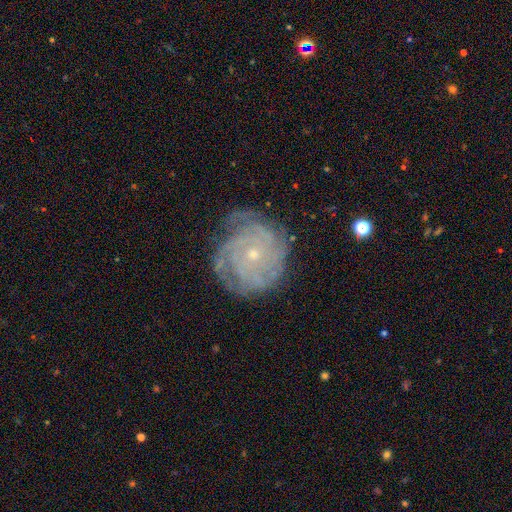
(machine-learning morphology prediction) smooth-or-featured: featured or disk: 79% | star or artifact: 11% | smooth: 10%
  disk-edge-on: no: 97% | yes: 3%
    bar: no: 81% | weak: 14% | strong: 4%
    has-spiral-arms: yes: 96% | no: 4%
      spiral-winding: tight: 79% | medium: 17% | loose: 4%
      spiral-arm-count: can't tell: 31% | 4: 21% | 3: 17% | more than 4: 12% | 2: 11% | 1: 8%
    bulge-size: small: 81% | moderate: 16% | none: 1% | large: 1% | dominant: 1%
  merging: none: 76% | minor disturbance: 17% | major disturbance: 6% | merger: 1%